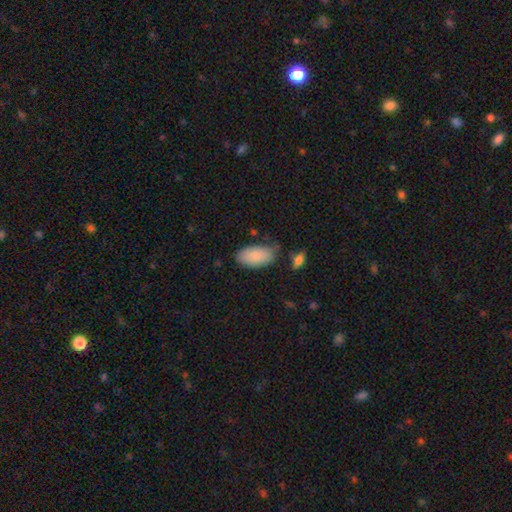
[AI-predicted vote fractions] A smooth galaxy with no disk features (87%) that is in between round and cigar-shaped (95%). Merging: none (68%).